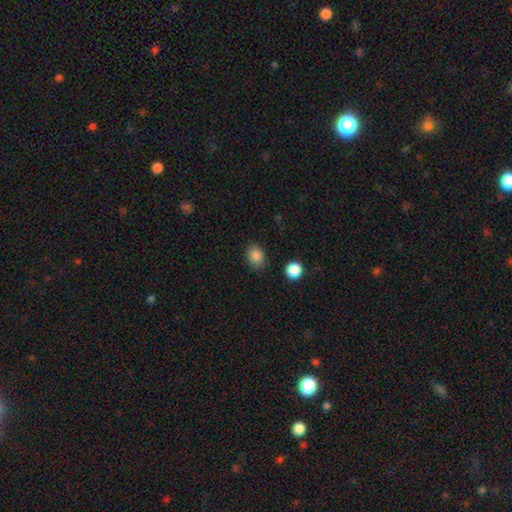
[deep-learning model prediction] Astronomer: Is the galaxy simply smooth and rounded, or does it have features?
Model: smooth — 86%.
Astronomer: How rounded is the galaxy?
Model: in between — 58% (runner-up: round, 41%).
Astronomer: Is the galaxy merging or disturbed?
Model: none — 83%.